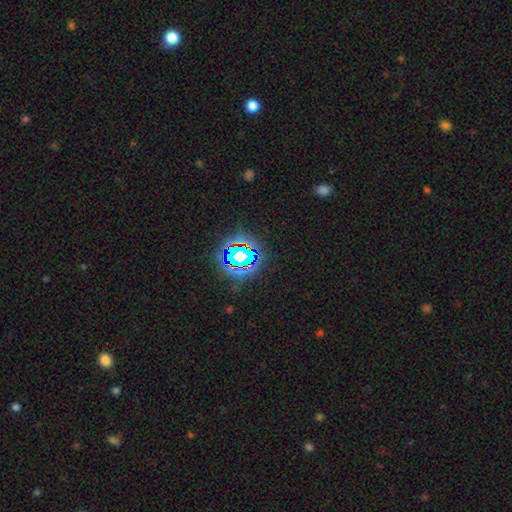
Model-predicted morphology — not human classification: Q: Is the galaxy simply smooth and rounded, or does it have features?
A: star or artifact — 82%.